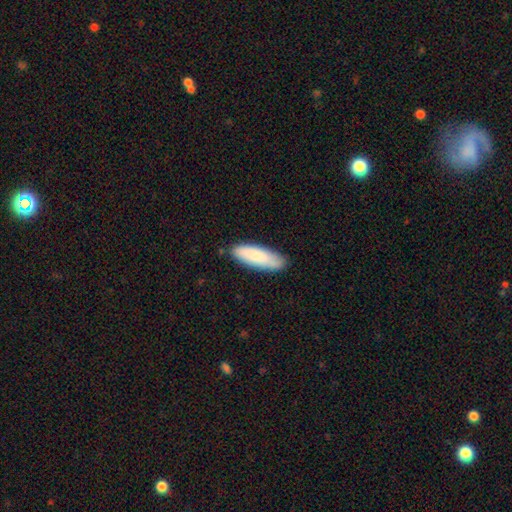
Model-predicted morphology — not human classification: Smooth or featured? smooth (81%)
How rounded? in between (54%)
Merging? none (83%)